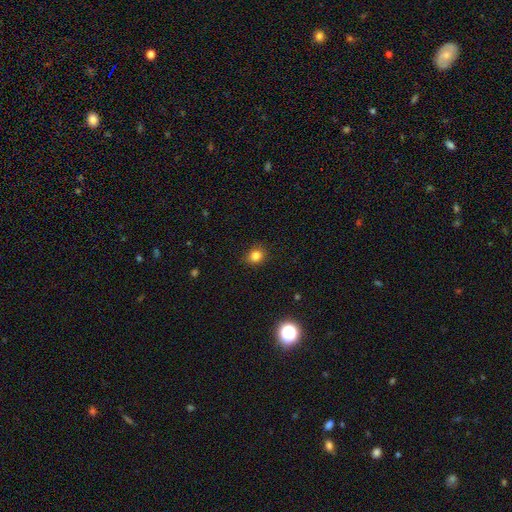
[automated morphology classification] smooth_or_featured: smooth (p=0.83) [alt: star or artifact p=0.13]
how_rounded: round (p=0.73) [alt: in between p=0.26]
merging: none (p=0.85) [alt: minor disturbance p=0.11]